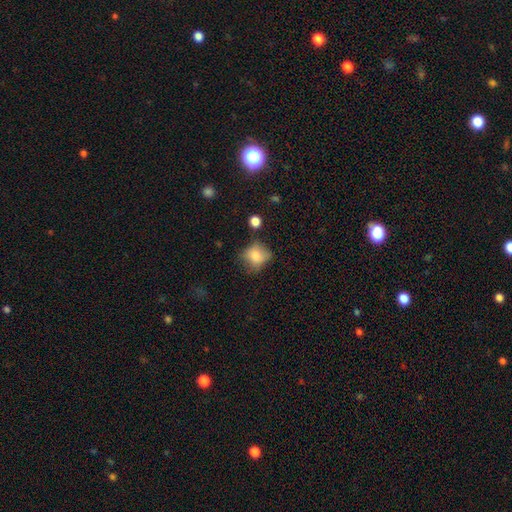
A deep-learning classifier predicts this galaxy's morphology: Smooth or featured: smooth — 74% (featured or disk — 15%)
How rounded: round — 67% (in between — 32%)
Merging: none — 55% (minor disturbance — 29%)